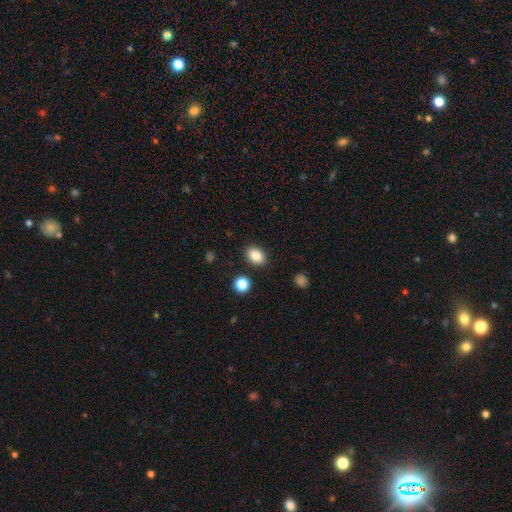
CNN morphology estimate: Overall: smooth (87%). How rounded: in between (77%). Merging: none (87%).